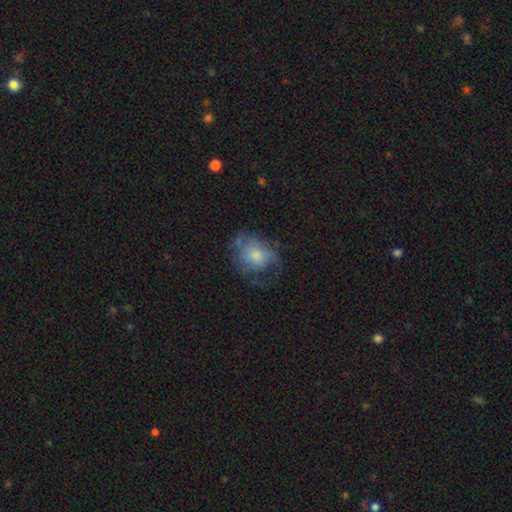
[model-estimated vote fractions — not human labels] smooth_or_featured: smooth (p=0.51) [alt: featured or disk p=0.39]
how_rounded: in between (p=0.51) [alt: round p=0.48]
merging: none (p=0.43) [alt: minor disturbance p=0.27]